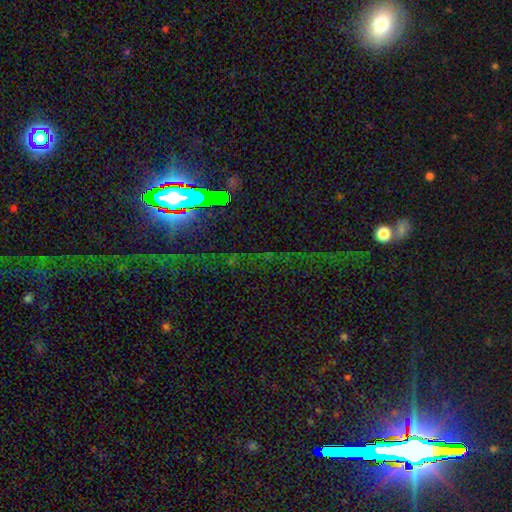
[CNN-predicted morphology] type=star or artifact (81%).